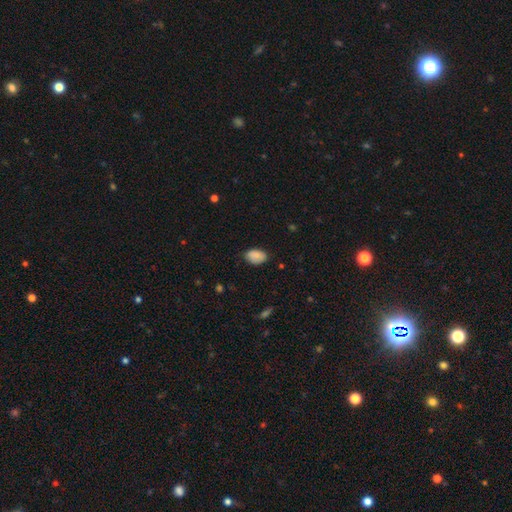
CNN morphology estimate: smooth-or-featured: smooth: 86% | star or artifact: 7% | featured or disk: 7%
  how-rounded: in between: 89% | round: 9% | cigar-shaped: 1%
  merging: none: 73% | minor disturbance: 22% | major disturbance: 3% | merger: 1%